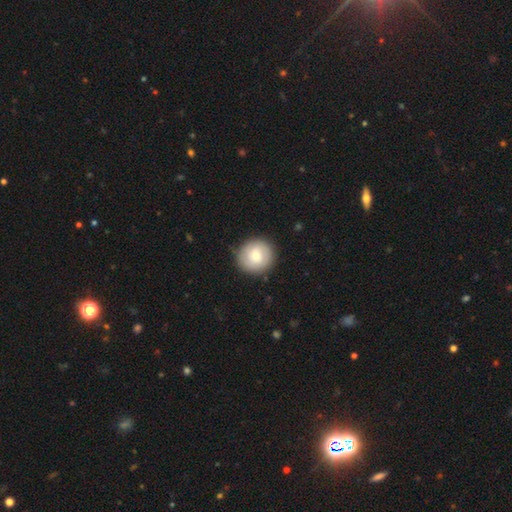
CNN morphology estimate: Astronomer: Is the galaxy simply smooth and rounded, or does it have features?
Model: smooth — 69%.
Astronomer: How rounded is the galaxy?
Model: round — 92%.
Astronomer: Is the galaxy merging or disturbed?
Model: none — 87%.